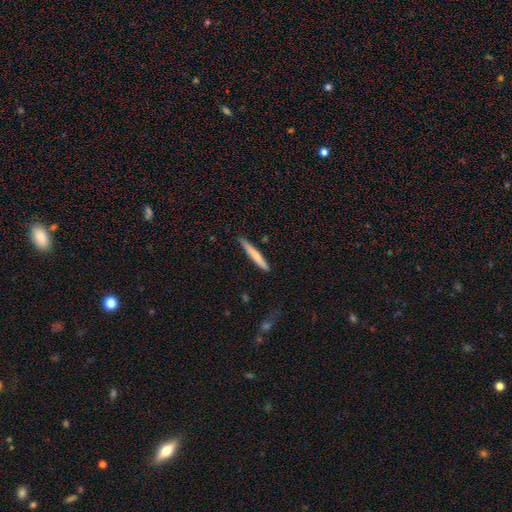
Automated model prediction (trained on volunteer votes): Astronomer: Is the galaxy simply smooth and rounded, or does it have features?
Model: smooth — 64%.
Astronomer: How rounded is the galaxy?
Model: cigar-shaped — 95%.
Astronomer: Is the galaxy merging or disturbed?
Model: none — 85%.